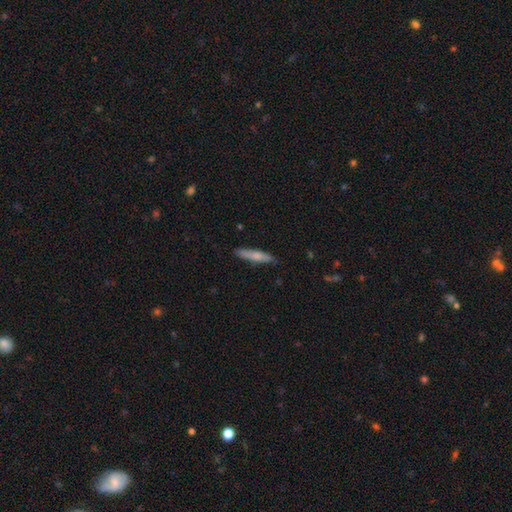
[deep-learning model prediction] A smooth galaxy with no disk features (68%) that is cigar-shaped (90%). Merging: none (86%).